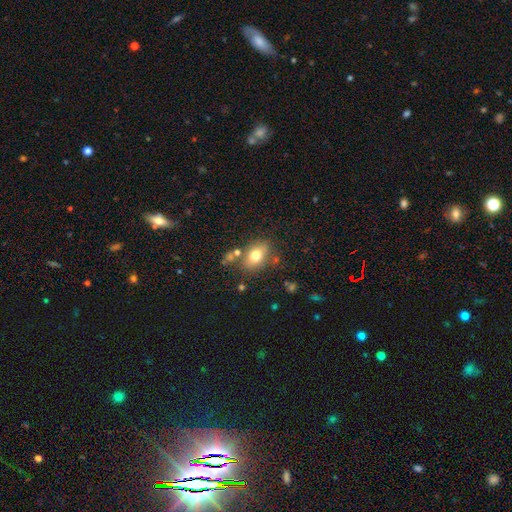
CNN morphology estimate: Smooth or featured? smooth (74%)
How rounded? in between (79%)
Merging? none (71%)